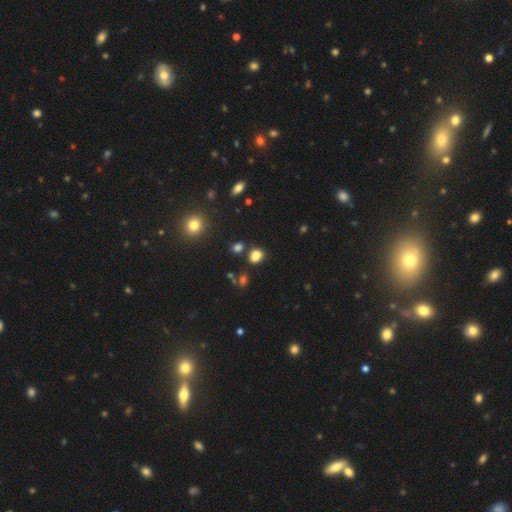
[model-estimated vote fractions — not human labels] Smooth or featured? Predicted: smooth (p=0.78). How rounded? Predicted: in between (p=0.52). Merging? Predicted: none (p=0.67).